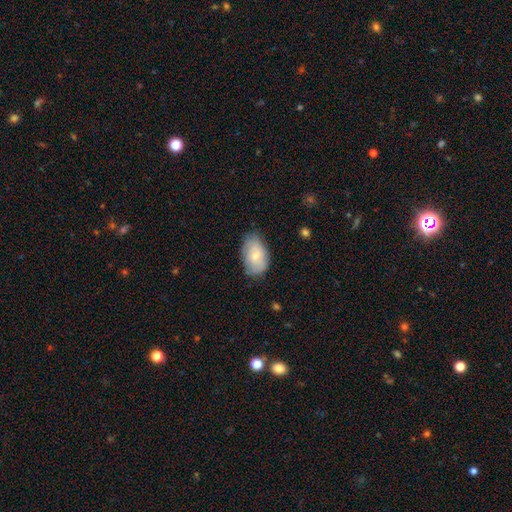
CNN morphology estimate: Q: Smooth or featured?
A: smooth (71%); runner-up: featured or disk (23%)
Q: How rounded?
A: in between (92%); runner-up: round (7%)
Q: Merging?
A: none (72%); runner-up: minor disturbance (22%)